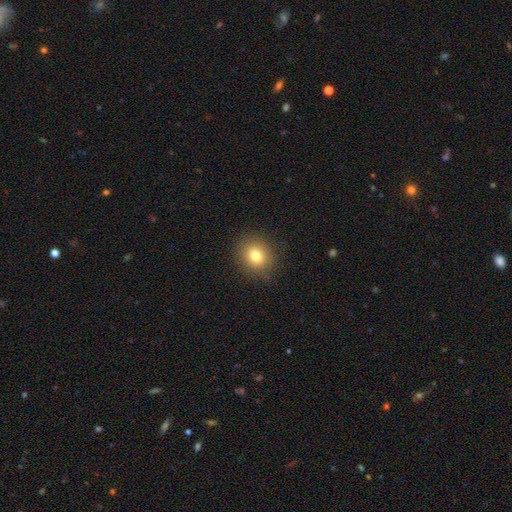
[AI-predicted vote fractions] This appears to be a smooth galaxy with no disk features (78%) that is round (80%). Merging: none (89%).